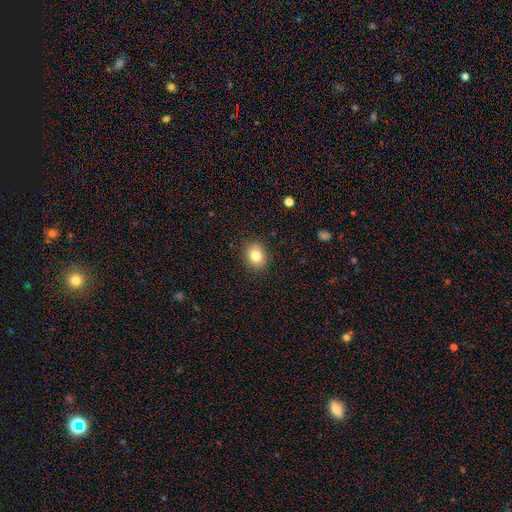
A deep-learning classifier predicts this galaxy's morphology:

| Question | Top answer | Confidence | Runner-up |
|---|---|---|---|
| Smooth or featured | smooth | 82% | star or artifact (10%) |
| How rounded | round | 51% | in between (48%) |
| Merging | none | 88% | minor disturbance (8%) |